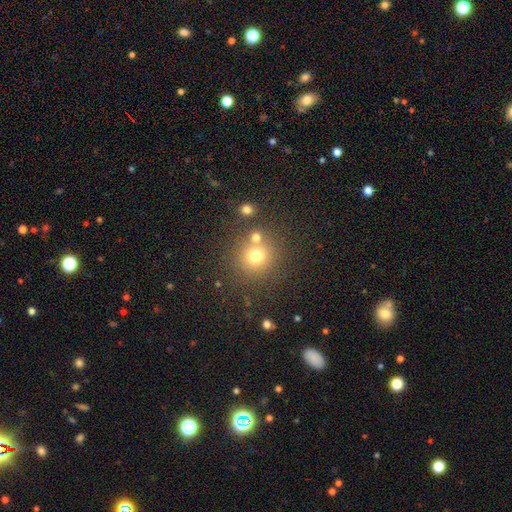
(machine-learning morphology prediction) Smooth or featured? smooth (73%)
How rounded? round (90%)
Merging? none (70%)